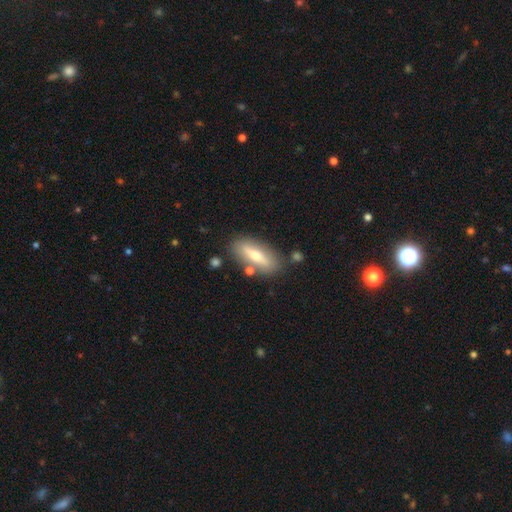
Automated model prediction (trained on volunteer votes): A smooth galaxy with no disk features (48%).

Vote fractions:
- Smooth or featured? smooth: 48% / featured or disk: 45% / star or artifact: 7%
- Merging? none: 80% / minor disturbance: 12% / merger: 5% / major disturbance: 3%